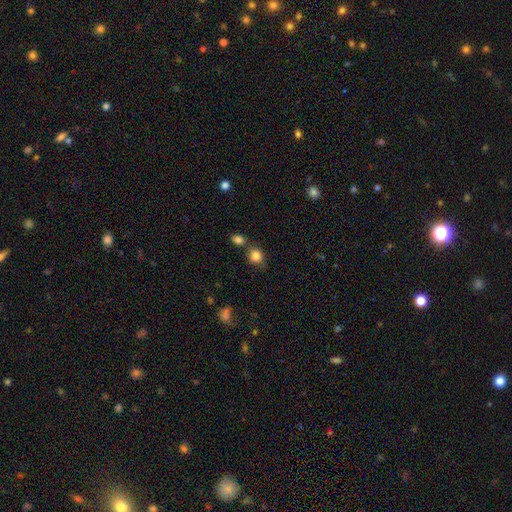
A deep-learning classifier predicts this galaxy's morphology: Smooth or featured? Predicted: smooth (p=0.85). How rounded? Predicted: round (p=0.81). Merging? Predicted: none (p=0.65).